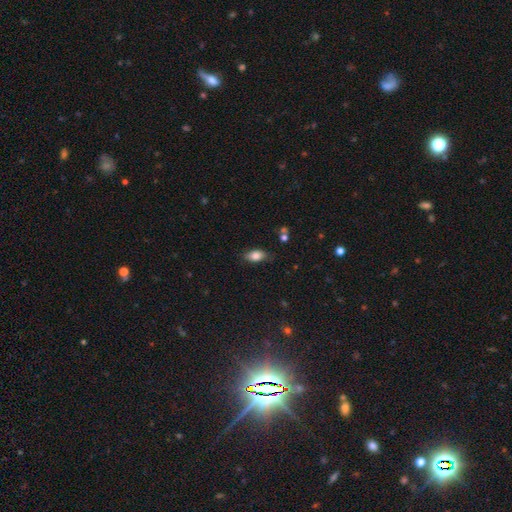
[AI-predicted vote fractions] The model was most divided on "merging": none: 80%, minor disturbance: 15%, major disturbance: 3%, merger: 2%. More confident: how rounded — in between (89%); smooth or featured — smooth (82%).